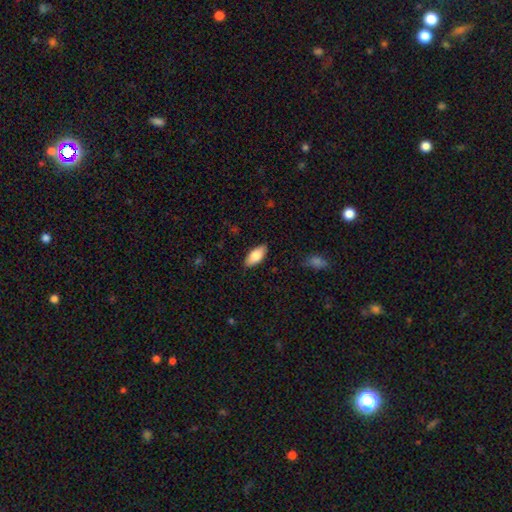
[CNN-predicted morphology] Smooth or featured? smooth (82%)
How rounded? in between (89%)
Merging? none (87%)